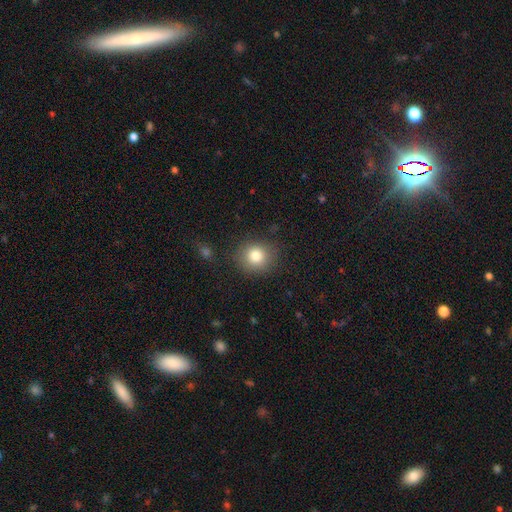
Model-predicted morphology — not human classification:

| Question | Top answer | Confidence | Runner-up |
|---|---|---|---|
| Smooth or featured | smooth | 81% | star or artifact (11%) |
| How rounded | round | 83% | in between (16%) |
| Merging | none | 86% | minor disturbance (9%) |